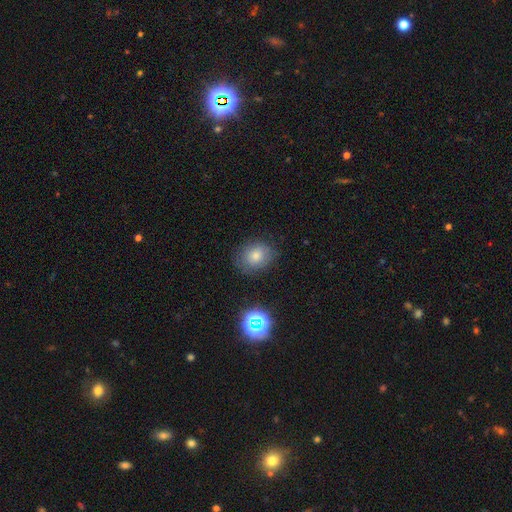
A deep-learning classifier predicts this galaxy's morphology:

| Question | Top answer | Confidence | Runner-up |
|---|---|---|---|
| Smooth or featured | smooth | 76% | star or artifact (13%) |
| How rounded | in between | 50% | round (49%) |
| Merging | none | 77% | minor disturbance (17%) |